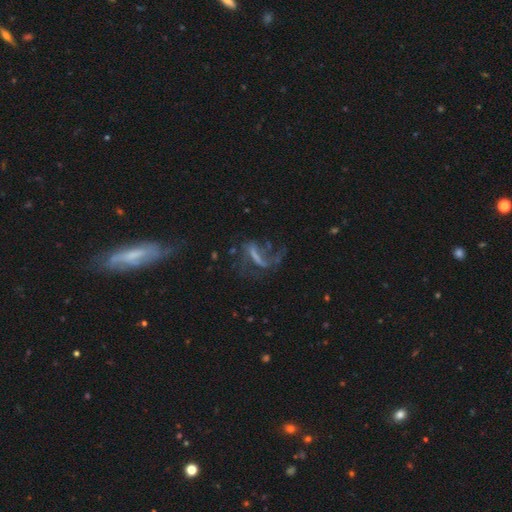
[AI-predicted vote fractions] Smooth or featured?
  - featured or disk: 63% *
  - smooth: 20%
  - star or artifact: 17%
Edge-on disk?
  - no: 85% *
  - yes: 15%
Bar?
  - strong: 45% *
  - no: 30%
  - weak: 26%
Spiral arms?
  - yes: 62% *
  - no: 38%
Bulge size?
  - none: 62% *
  - small: 22%
  - moderate: 11%
  - large: 3%
  - dominant: 2%
Merging?
  - major disturbance: 40% *
  - none: 36%
  - minor disturbance: 16%
  - merger: 8%